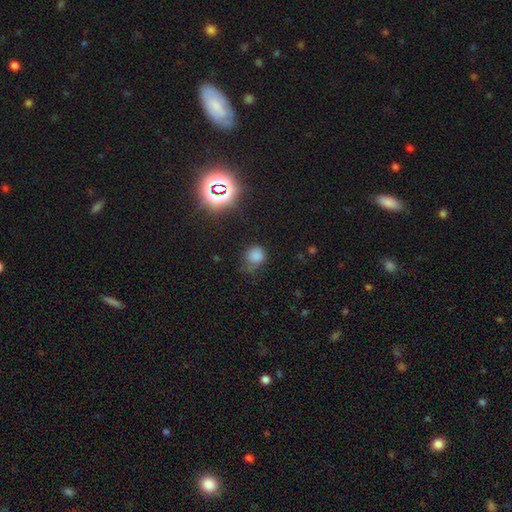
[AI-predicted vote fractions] Q: Smooth or featured?
A: smooth (74%); runner-up: star or artifact (20%)
Q: How rounded?
A: round (80%); runner-up: in between (19%)
Q: Merging?
A: none (59%); runner-up: minor disturbance (27%)